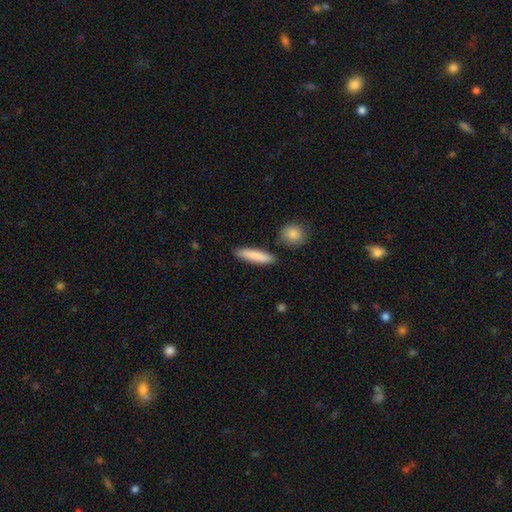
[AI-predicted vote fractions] Smooth or featured?
  - smooth: 85% *
  - featured or disk: 10%
  - star or artifact: 5%
How rounded?
  - cigar-shaped: 79% *
  - in between: 19%
  - round: 2%
Merging?
  - none: 87% *
  - minor disturbance: 8%
  - merger: 3%
  - major disturbance: 2%